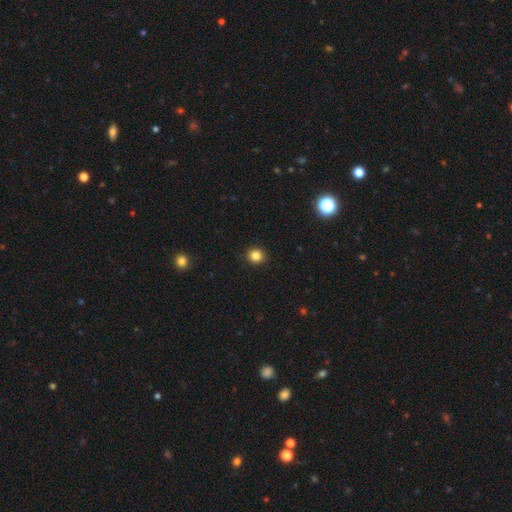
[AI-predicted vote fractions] The model was most divided on "smooth or featured": smooth: 83%, star or artifact: 12%, featured or disk: 4%. More confident: merging — none (92%); how rounded — round (89%).